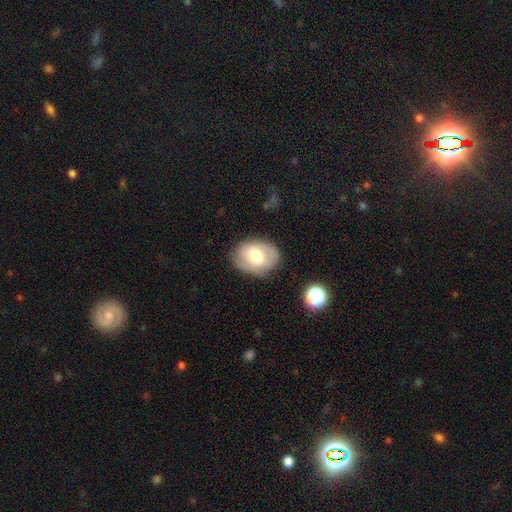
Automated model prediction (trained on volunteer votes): Overall: smooth (54%; featured or disk 38%). How rounded: in between (70%). Merging: none (77%).